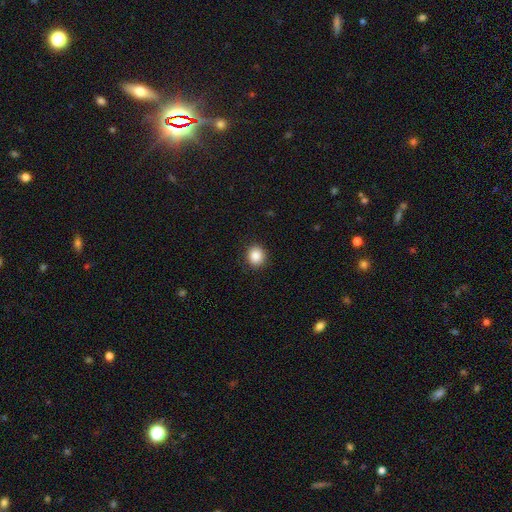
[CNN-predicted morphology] Smooth or featured? smooth (88%)
How rounded? round (83%)
Merging? none (89%)